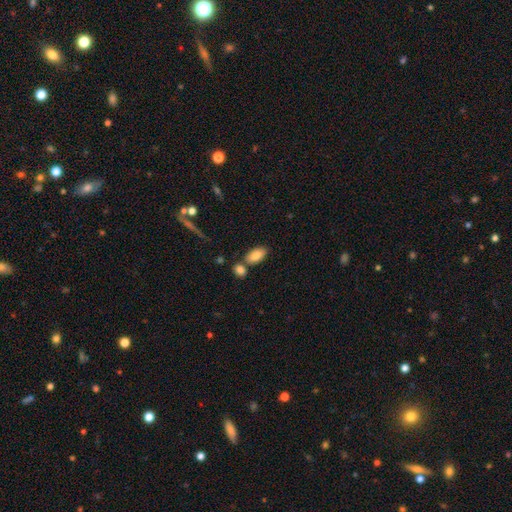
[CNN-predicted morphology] Overall: smooth (84%). How rounded: in between (93%). Merging: none (66%).